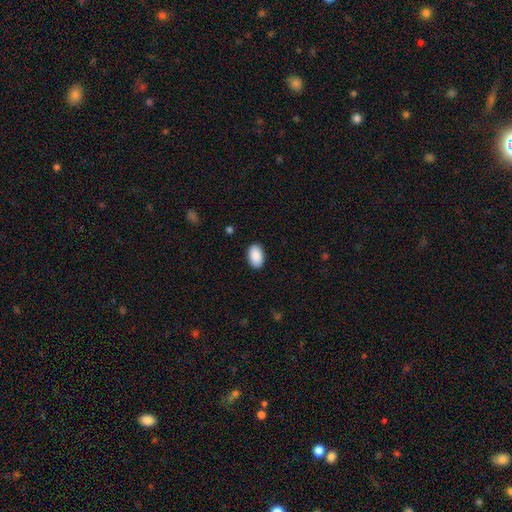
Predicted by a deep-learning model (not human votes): Morphology: type=smooth (90%); roundness=in between (94%); merging=none (89%).